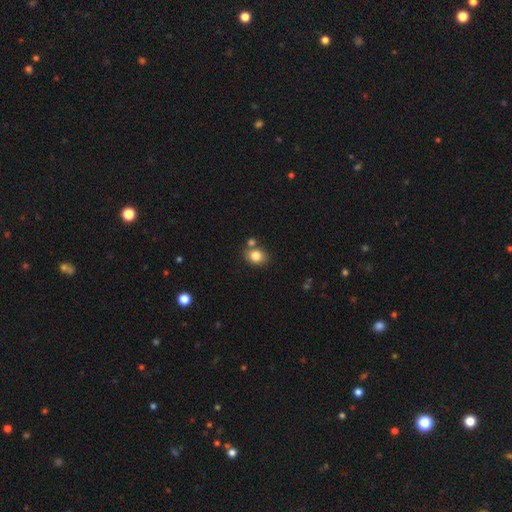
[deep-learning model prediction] Smooth or featured? Predicted: smooth (p=0.82). How rounded? Predicted: round (p=0.59). Merging? Predicted: none (p=0.67).